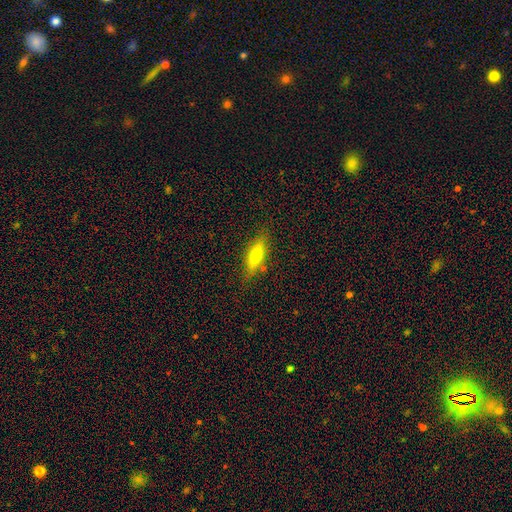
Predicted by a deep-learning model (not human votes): Smooth or featured: smooth — 48% (featured or disk — 44%)
Merging: none — 84% (minor disturbance — 11%)